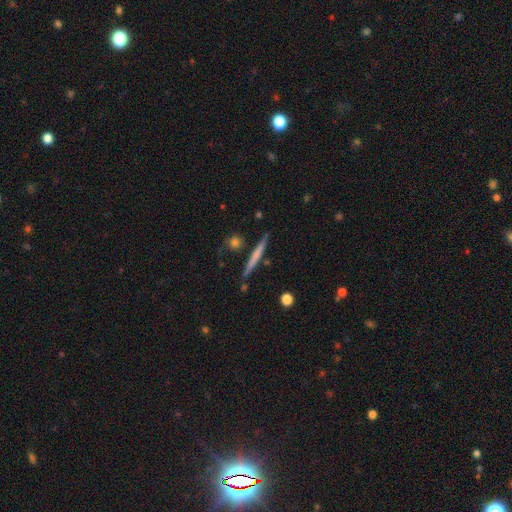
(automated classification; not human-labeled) Smooth or featured? smooth (50%)
Merging? none (86%)